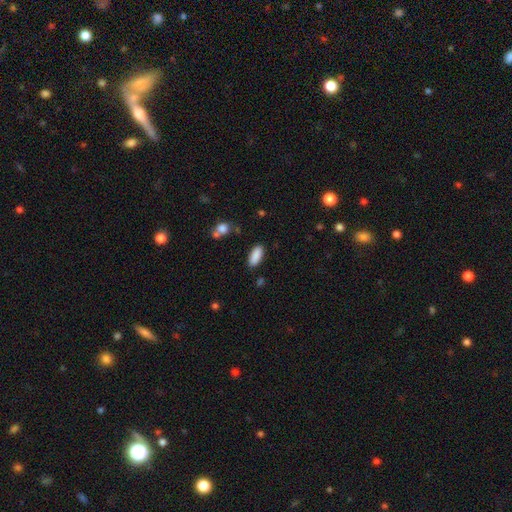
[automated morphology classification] smooth_or_featured: smooth (p=0.89) [alt: star or artifact p=0.07]
how_rounded: in between (p=0.82) [alt: cigar-shaped p=0.16]
merging: none (p=0.87) [alt: minor disturbance p=0.09]